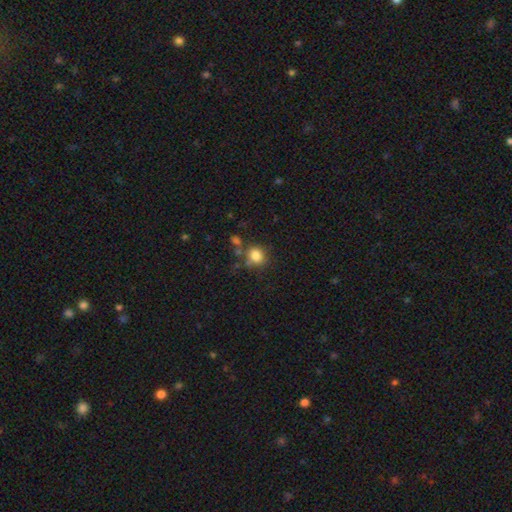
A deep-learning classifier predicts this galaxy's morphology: A smooth galaxy with no disk features (82%) that is round (71%).

Vote fractions:
- Smooth or featured? smooth: 82% / star or artifact: 11% / featured or disk: 7%
- How rounded? round: 71% / in between: 28% / cigar-shaped: 1%
- Merging? none: 64% / minor disturbance: 16% / merger: 14% / major disturbance: 7%